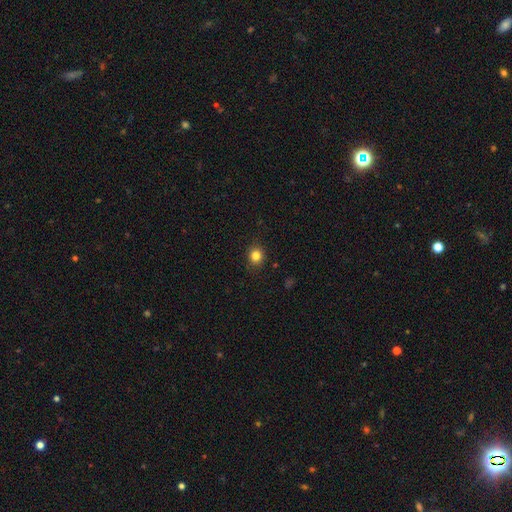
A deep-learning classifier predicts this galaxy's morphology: The model was most divided on "how rounded": round: 79%, in between: 20%, cigar-shaped: 1%. More confident: merging — none (89%); smooth or featured — smooth (83%).